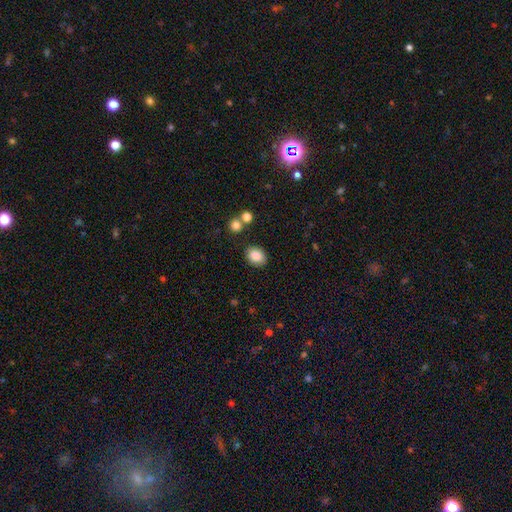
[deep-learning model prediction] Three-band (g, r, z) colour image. It shows a smooth galaxy with no disk features (86%) that is in between round and cigar-shaped (65%). Merging: none (86%).